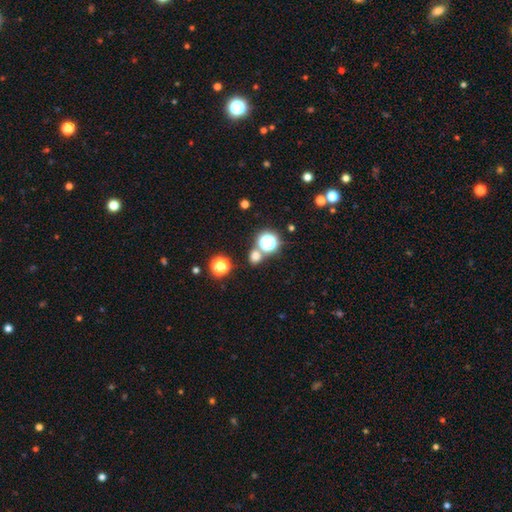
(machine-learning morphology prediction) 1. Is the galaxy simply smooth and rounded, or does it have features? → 62% smooth, 32% star or artifact, 6% featured or disk.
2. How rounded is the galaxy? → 79% round, 19% in between, 1% cigar-shaped.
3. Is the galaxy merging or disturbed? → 70% none, 19% merger, 8% minor disturbance, 3% major disturbance.